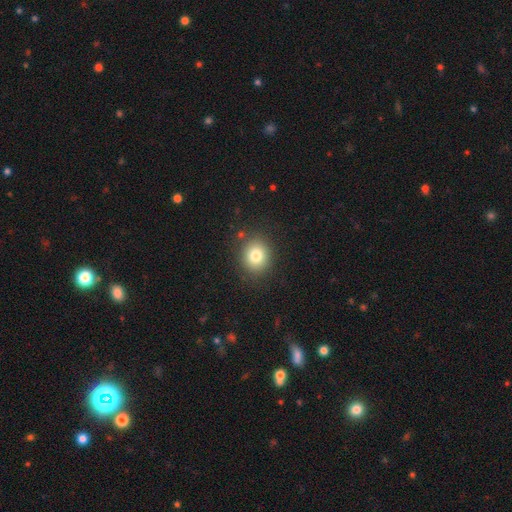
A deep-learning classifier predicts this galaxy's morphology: Q: Smooth or featured?
A: smooth (80%); runner-up: star or artifact (11%)
Q: How rounded?
A: round (78%); runner-up: in between (21%)
Q: Merging?
A: none (87%); runner-up: minor disturbance (8%)